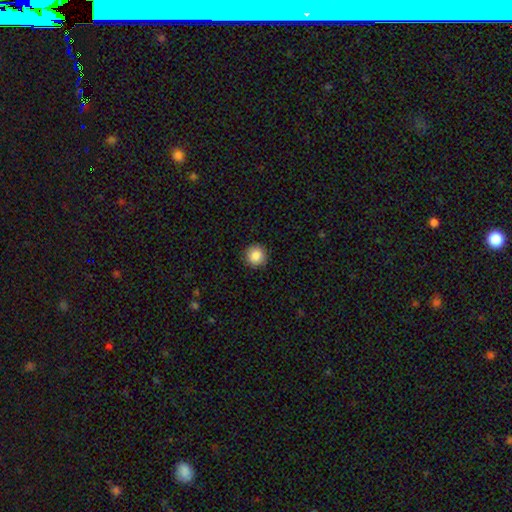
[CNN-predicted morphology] A smooth galaxy with no disk features (87%) that is round (95%). Merging: none (92%).